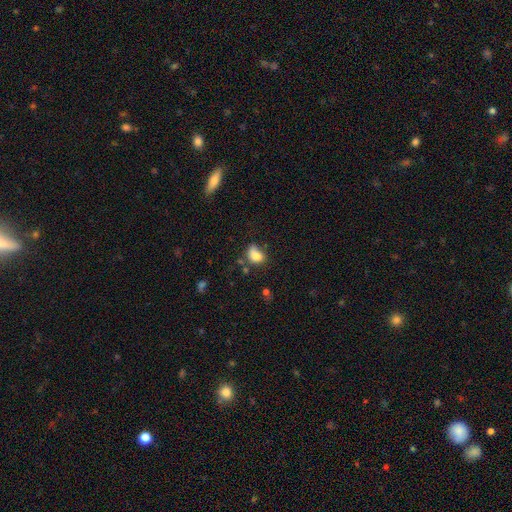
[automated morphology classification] This is likely a smooth galaxy (79%). How rounded: likely in between (68%). Merging: marginally none (44%).